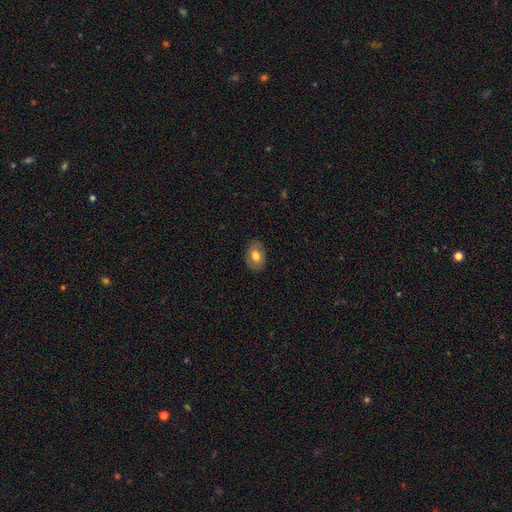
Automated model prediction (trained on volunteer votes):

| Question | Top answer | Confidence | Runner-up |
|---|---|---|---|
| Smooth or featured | smooth | 70% | featured or disk (22%) |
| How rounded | in between | 82% | round (17%) |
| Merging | none | 82% | minor disturbance (14%) |